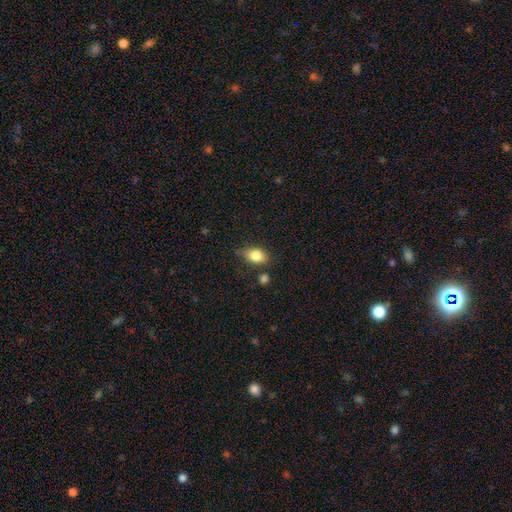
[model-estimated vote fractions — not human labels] Smooth or featured? smooth (82%)
How rounded? in between (80%)
Merging? none (67%)